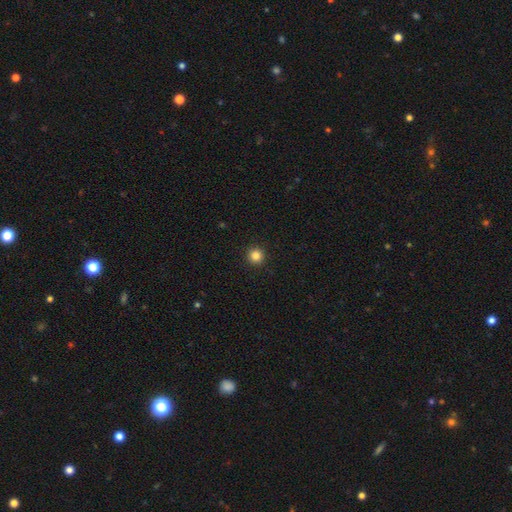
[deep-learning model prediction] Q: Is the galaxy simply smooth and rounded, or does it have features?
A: smooth — 85%.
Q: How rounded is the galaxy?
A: round — 96%.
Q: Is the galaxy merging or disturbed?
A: none — 93%.